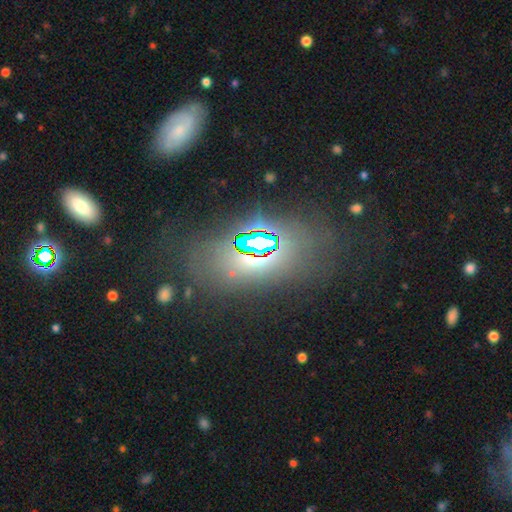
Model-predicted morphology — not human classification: A star or artifact, not a galaxy (58%).

Vote fractions:
- Smooth or featured? star or artifact: 58% / smooth: 26% / featured or disk: 16%